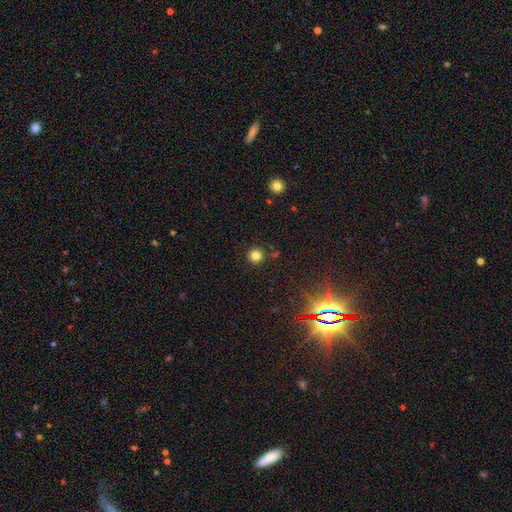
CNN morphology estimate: smooth_or_featured: smooth (p=0.80) [alt: star or artifact p=0.15]
how_rounded: round (p=0.95) [alt: in between p=0.04]
merging: none (p=0.90) [alt: minor disturbance p=0.06]